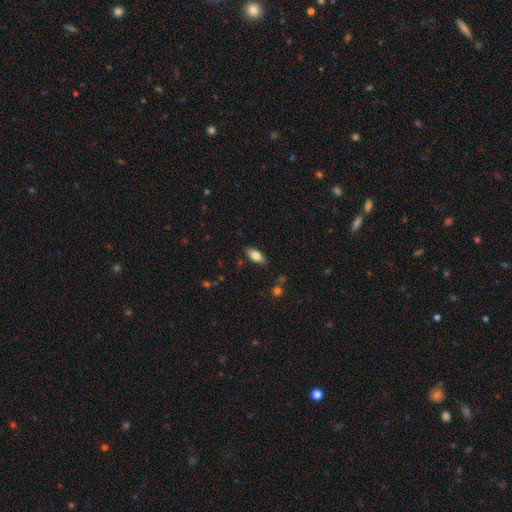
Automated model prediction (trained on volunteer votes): Smooth or featured?
  - smooth: 76% *
  - featured or disk: 17%
  - star or artifact: 7%
How rounded?
  - in between: 85% *
  - cigar-shaped: 12%
  - round: 3%
Merging?
  - none: 84% *
  - minor disturbance: 12%
  - major disturbance: 2%
  - merger: 2%